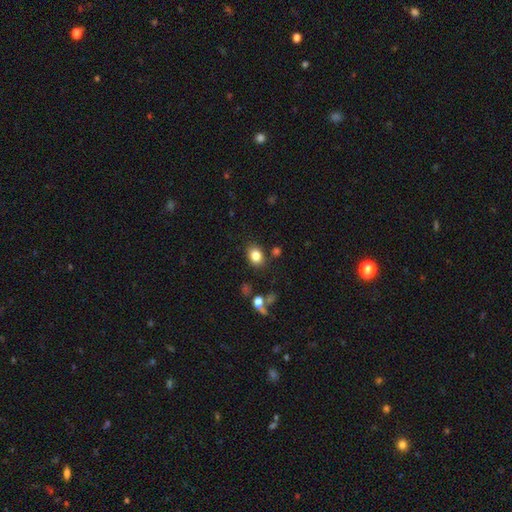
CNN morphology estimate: This is clearly a smooth galaxy (82%). How rounded: possibly in between (58%). Merging: clearly none (81%).